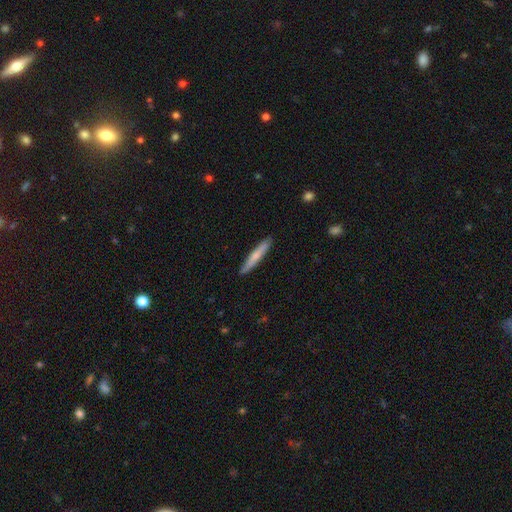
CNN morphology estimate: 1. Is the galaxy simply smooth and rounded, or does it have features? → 67% smooth, 28% featured or disk, 5% star or artifact.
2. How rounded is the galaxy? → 95% cigar-shaped, 4% in between, 1% round.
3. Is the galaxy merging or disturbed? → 90% none, 7% minor disturbance, 1% major disturbance, 1% merger.